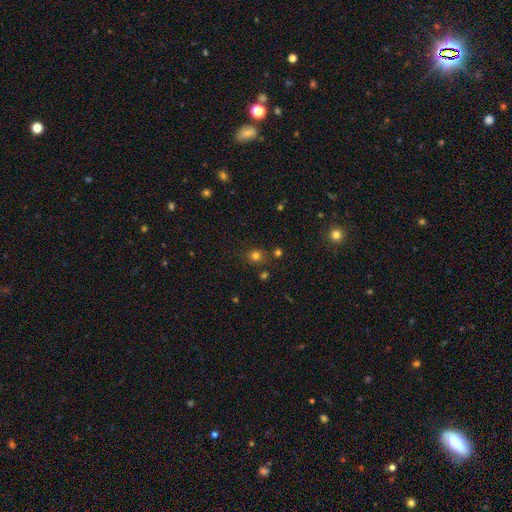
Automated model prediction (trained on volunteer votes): Overall: smooth (74%). How rounded: round (84%). Merging: none (82%).